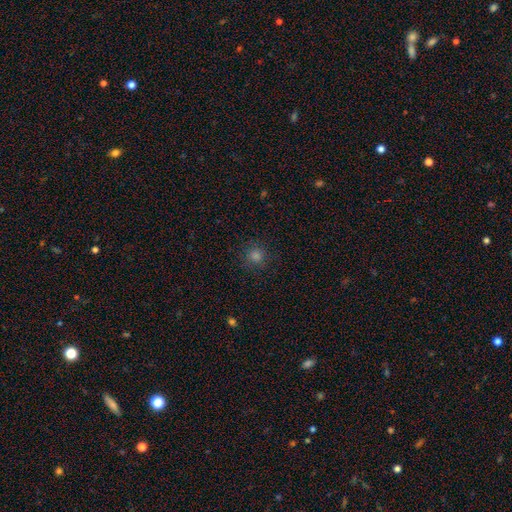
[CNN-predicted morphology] Smooth or featured? smooth (74%)
How rounded? round (93%)
Merging? none (89%)